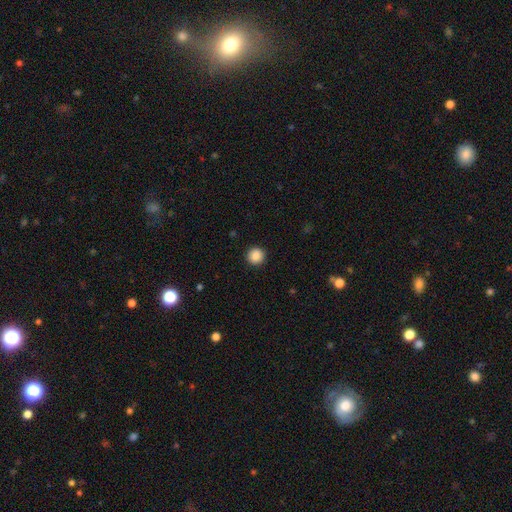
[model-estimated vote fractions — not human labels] Smooth or featured? Predicted: smooth (p=0.88). How rounded? Predicted: round (p=0.95). Merging? Predicted: none (p=0.93).